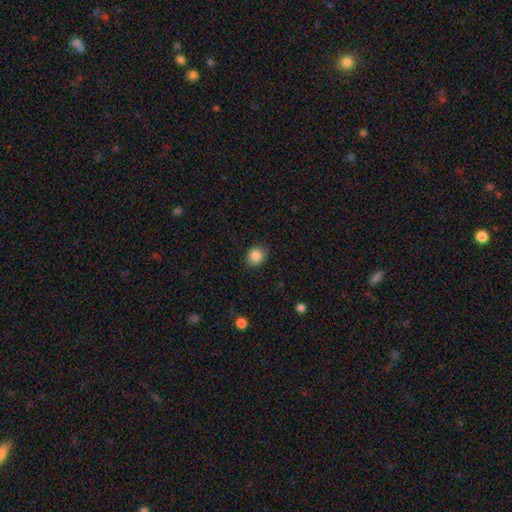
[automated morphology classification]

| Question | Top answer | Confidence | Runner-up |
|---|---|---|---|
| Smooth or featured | smooth | 85% | star or artifact (10%) |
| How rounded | round | 67% | in between (32%) |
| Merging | none | 86% | minor disturbance (11%) |